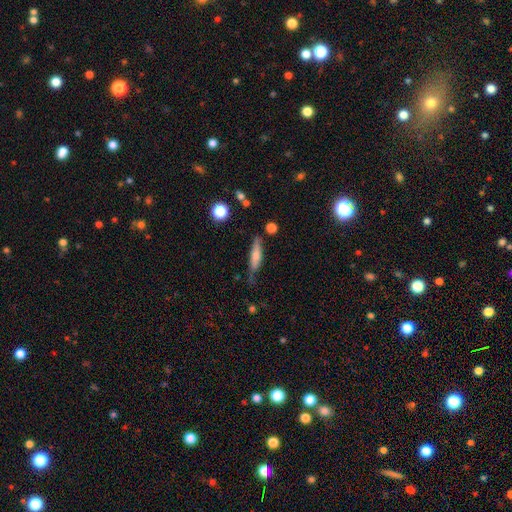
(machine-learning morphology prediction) smooth_or_featured: smooth (p=0.62) [alt: featured or disk p=0.31]
how_rounded: cigar-shaped (p=0.77) [alt: in between p=0.21]
merging: none (p=0.67) [alt: minor disturbance p=0.23]